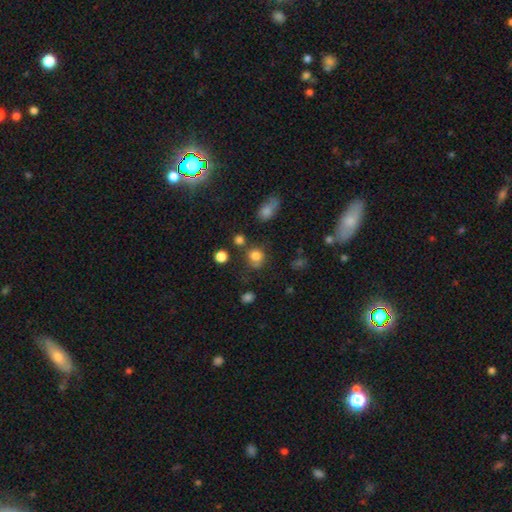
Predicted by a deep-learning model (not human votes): Overall: smooth (79%). How rounded: round (76%). Merging: none (61%).